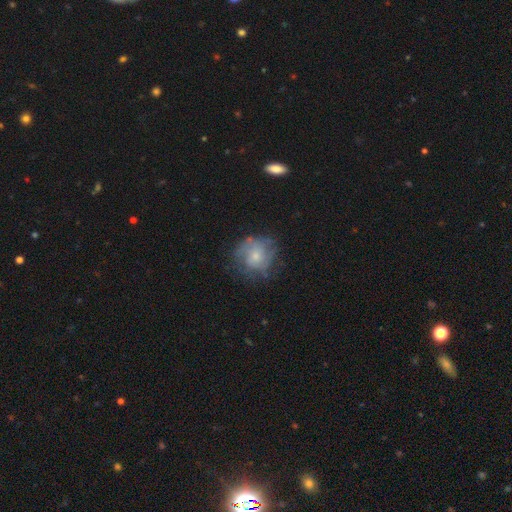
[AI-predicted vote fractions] Smooth or featured?
  - featured or disk: 48% *
  - smooth: 43%
  - star or artifact: 9%
Merging?
  - none: 62% *
  - minor disturbance: 22%
  - major disturbance: 14%
  - merger: 2%